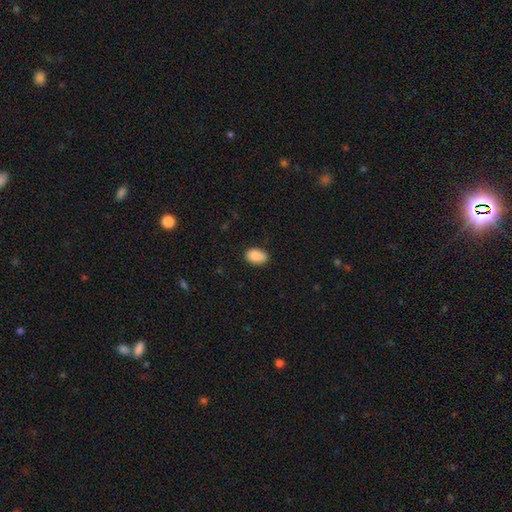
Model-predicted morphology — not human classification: Overall: smooth (87%). How rounded: in between (87%). Merging: none (80%).